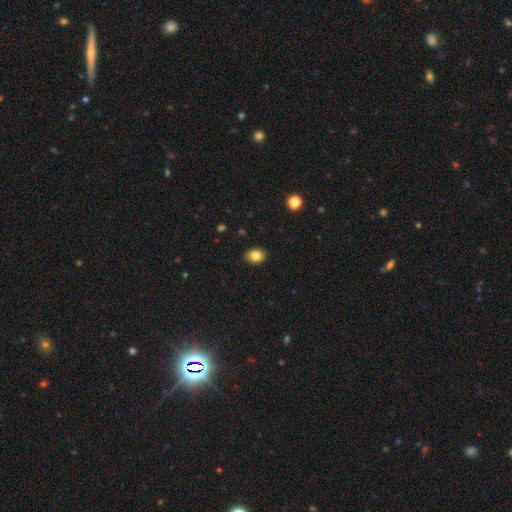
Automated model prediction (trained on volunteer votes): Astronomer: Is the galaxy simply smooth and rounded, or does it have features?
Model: smooth — 83%.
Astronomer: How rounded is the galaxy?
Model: in between — 67%.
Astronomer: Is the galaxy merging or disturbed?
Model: none — 87%.